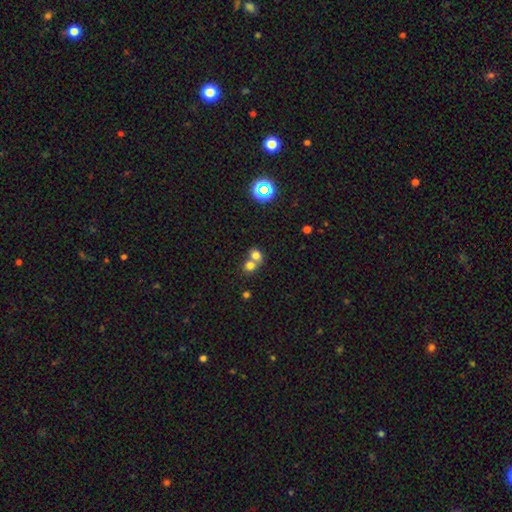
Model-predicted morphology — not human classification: A smooth galaxy with no disk features (72%) that is round (63%). Merging: merger (63%).